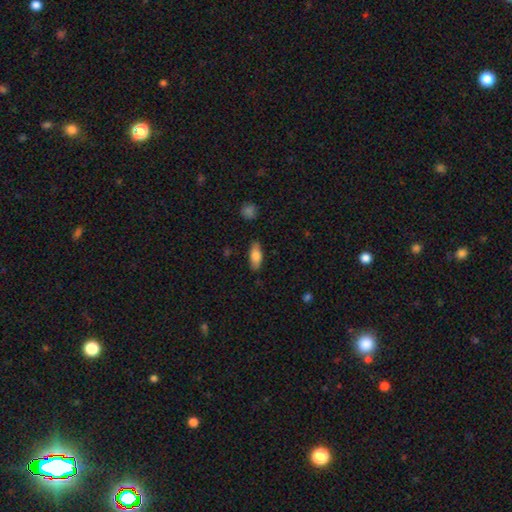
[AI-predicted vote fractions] This appears to be a smooth galaxy with no disk features (79%) that is in between round and cigar-shaped (79%). Merging: none (84%).